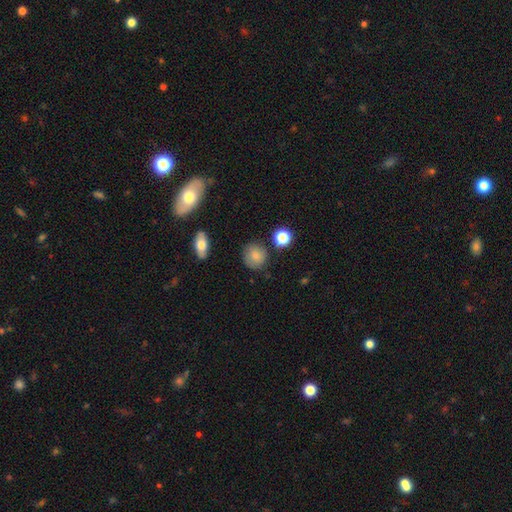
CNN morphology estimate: smooth_or_featured: smooth (p=0.81) [alt: star or artifact p=0.10]
how_rounded: round (p=0.87) [alt: in between p=0.12]
merging: none (p=0.80) [alt: minor disturbance p=0.13]